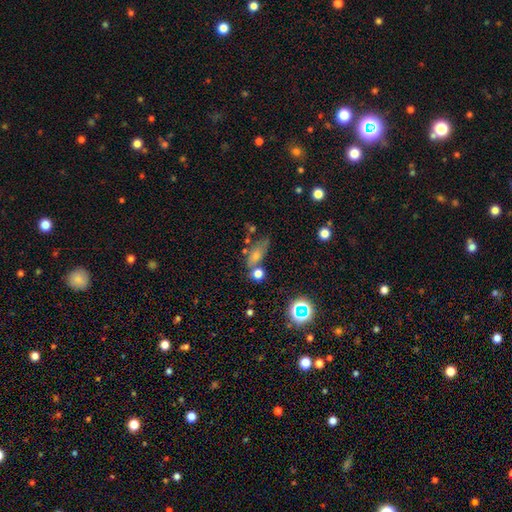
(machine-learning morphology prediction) A smooth galaxy with no disk features (67%) that is in between round and cigar-shaped (66%). Merging: none (46%).